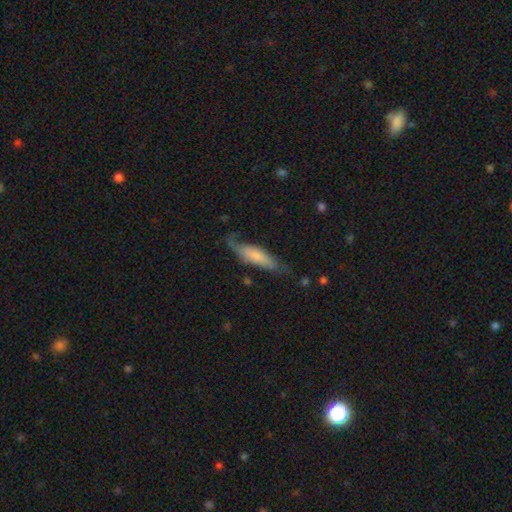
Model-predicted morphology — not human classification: A smooth galaxy with no disk features (58%) that is cigar-shaped (59%). Merging: none (52%).